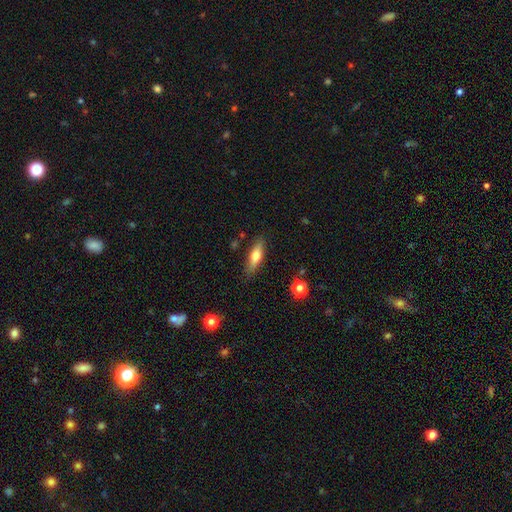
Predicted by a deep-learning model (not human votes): Overall: smooth (68%). How rounded: cigar-shaped (54%; in between 43%). Merging: none (82%).